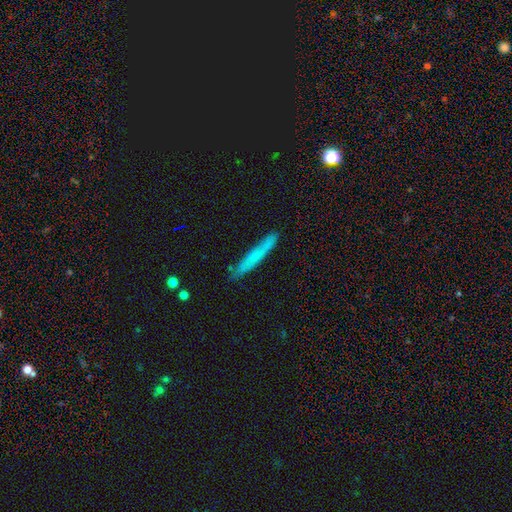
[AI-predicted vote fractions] Morphology: type=smooth (63%); roundness=cigar-shaped (95%); merging=none (84%).